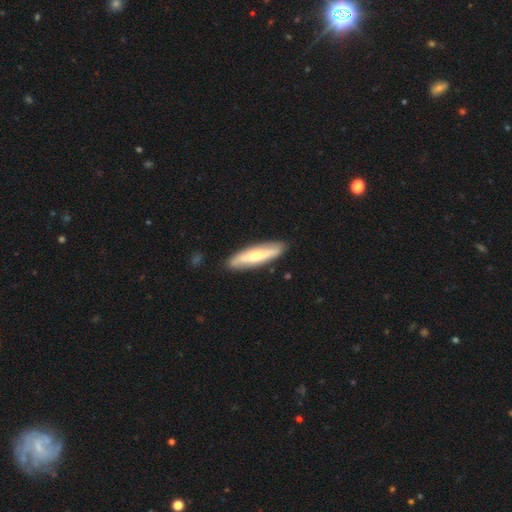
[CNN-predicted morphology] Smooth or featured: featured or disk — 54% (smooth — 41%)
Edge-on disk: yes — 63% (no — 37%)
Merging: none — 88% (minor disturbance — 9%)